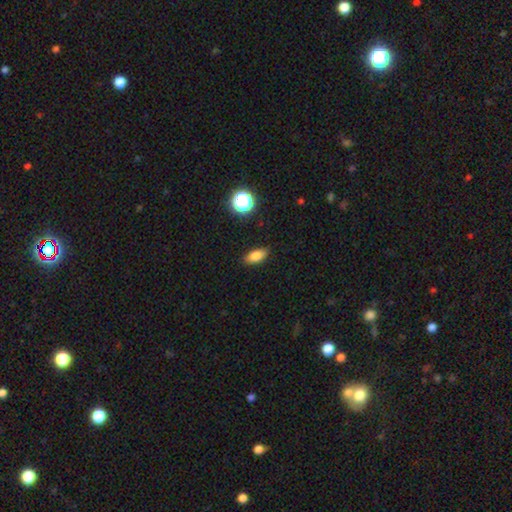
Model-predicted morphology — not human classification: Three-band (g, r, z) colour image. It shows a smooth galaxy with no disk features (81%) that is in between round and cigar-shaped (84%). Merging: none (86%).